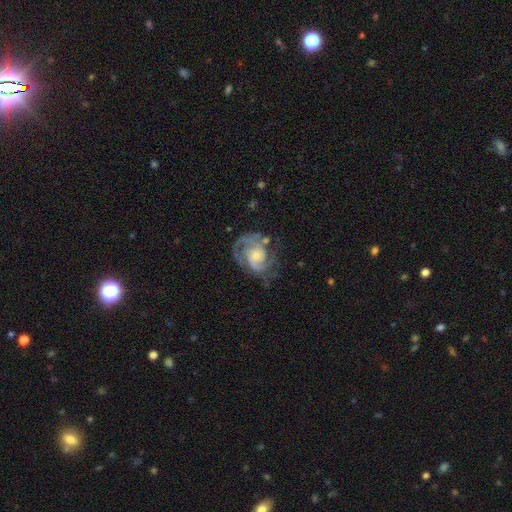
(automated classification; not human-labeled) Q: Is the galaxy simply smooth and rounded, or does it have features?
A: featured or disk — 89%.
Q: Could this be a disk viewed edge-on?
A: no — 98%.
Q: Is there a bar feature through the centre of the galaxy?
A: no — 66%.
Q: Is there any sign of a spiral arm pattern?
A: yes — 97%.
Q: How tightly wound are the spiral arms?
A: medium — 45%.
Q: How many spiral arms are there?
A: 2 — 69%.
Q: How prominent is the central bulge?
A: small — 55%.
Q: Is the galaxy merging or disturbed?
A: none — 66%.